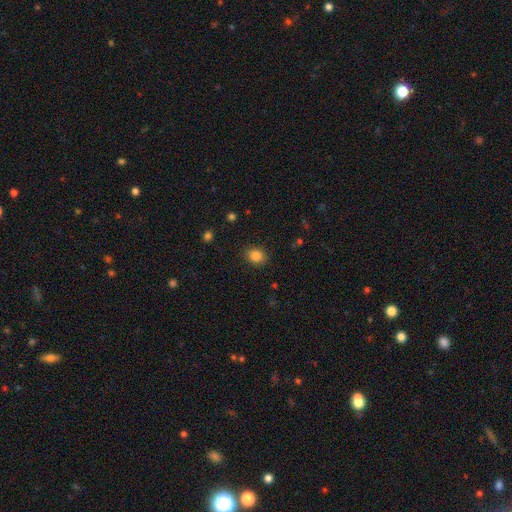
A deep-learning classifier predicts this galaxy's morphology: A smooth galaxy with no disk features (84%) that is round (61%). Merging: none (88%).